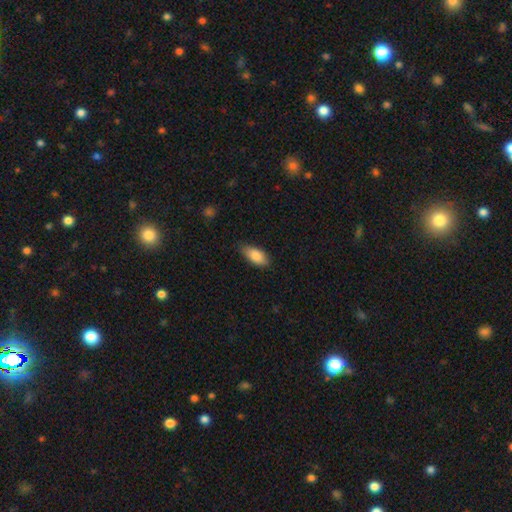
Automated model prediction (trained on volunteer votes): smooth_or_featured: smooth (p=0.85) [alt: featured or disk p=0.09]
how_rounded: in between (p=0.87) [alt: cigar-shaped p=0.11]
merging: none (p=0.76) [alt: minor disturbance p=0.19]